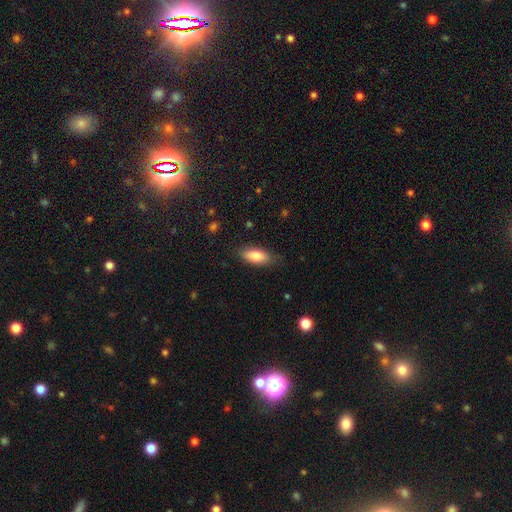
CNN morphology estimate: A smooth galaxy with no disk features (81%) that is in between round and cigar-shaped (83%).

Vote fractions:
- Smooth or featured? smooth: 81% / featured or disk: 13% / star or artifact: 7%
- How rounded? in between: 83% / cigar-shaped: 14% / round: 3%
- Merging? none: 81% / minor disturbance: 15% / major disturbance: 3% / merger: 1%